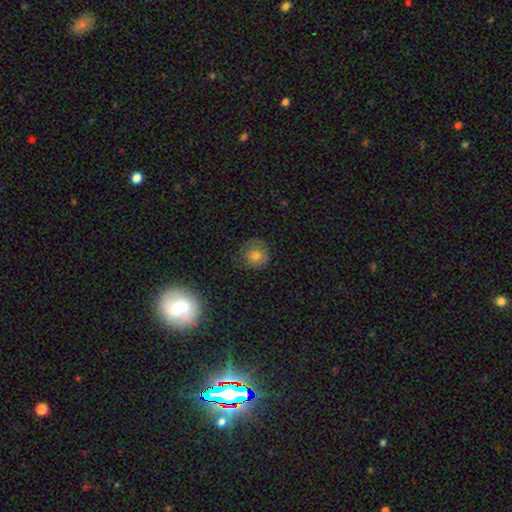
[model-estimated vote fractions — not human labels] Smooth or featured? smooth (73%)
How rounded? round (88%)
Merging? none (73%)